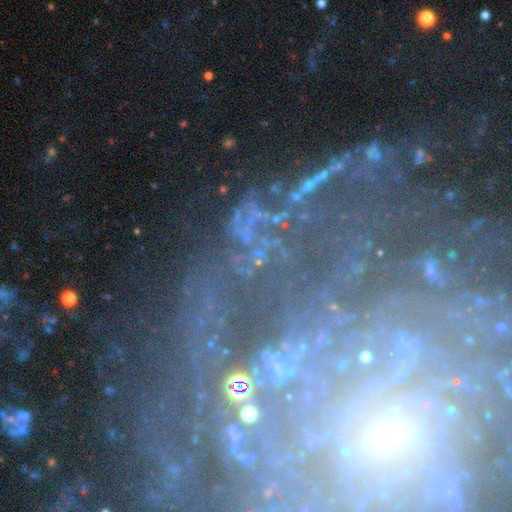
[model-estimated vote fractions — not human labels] This is possibly a star or artifact rather than a galaxy (51%).